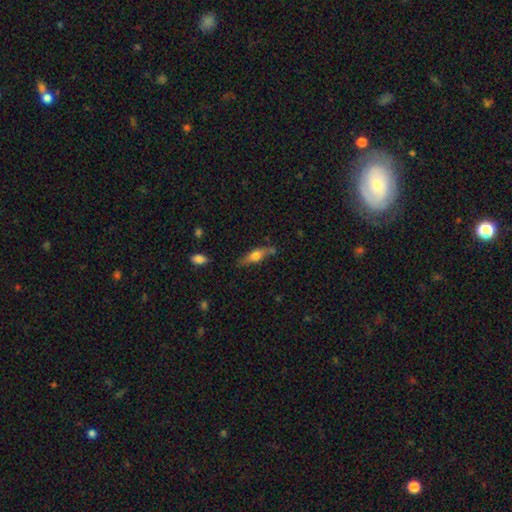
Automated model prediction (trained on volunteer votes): Smooth or featured: smooth — 56% (featured or disk — 37%)
How rounded: cigar-shaped — 52% (in between — 44%)
Merging: none — 68% (minor disturbance — 22%)